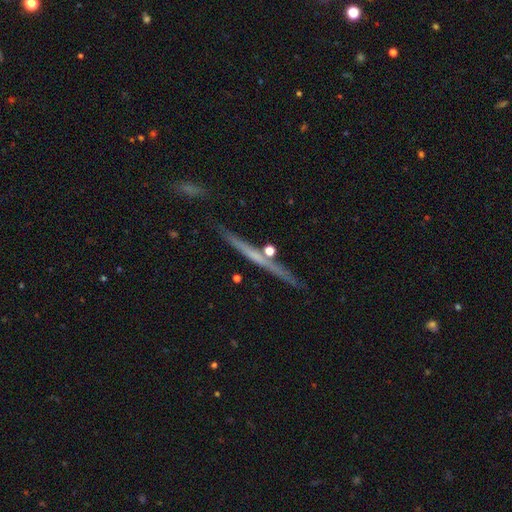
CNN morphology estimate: type=featured or disk (62%); edge-on=yes (97%); edge-on bulge=none (72%); merging=none (86%).